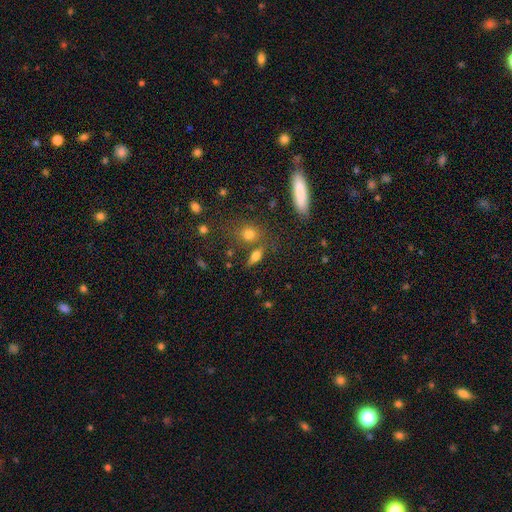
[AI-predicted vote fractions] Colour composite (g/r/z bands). It shows a smooth galaxy with no disk features (65%) that is in between round and cigar-shaped (60%). Merging: none (69%).